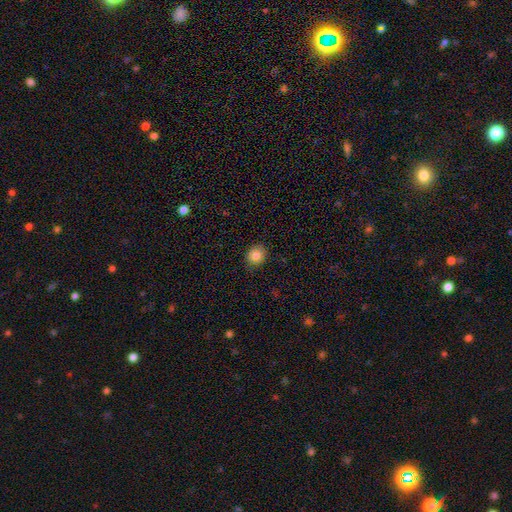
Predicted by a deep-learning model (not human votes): Overall: smooth (84%). How rounded: round (74%). Merging: none (88%).